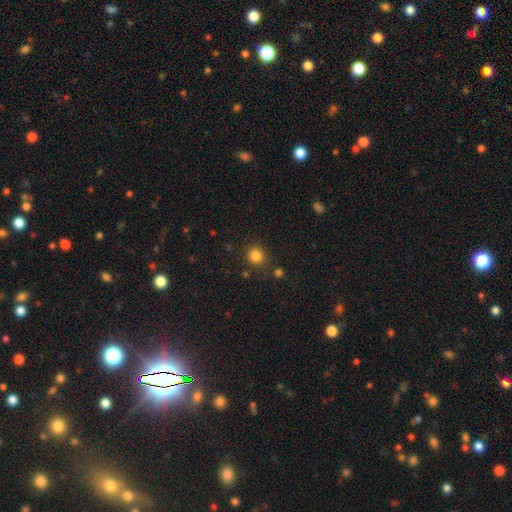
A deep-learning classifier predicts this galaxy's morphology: type=smooth (82%); roundness=round (87%); merging=none (84%).